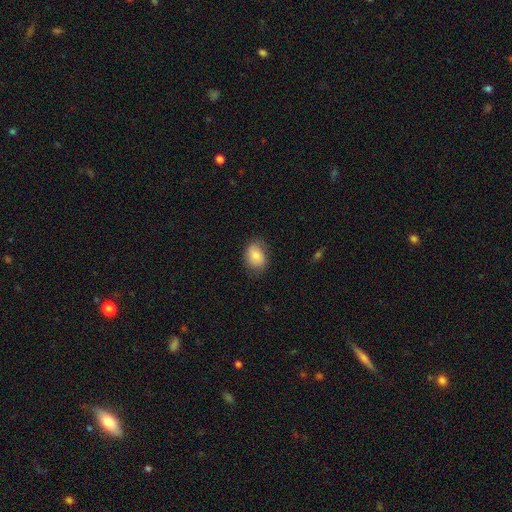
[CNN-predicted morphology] The model was most divided on "how rounded": in between: 68%, round: 31%, cigar-shaped: 1%. More confident: smooth or featured — smooth (80%); merging — none (75%).